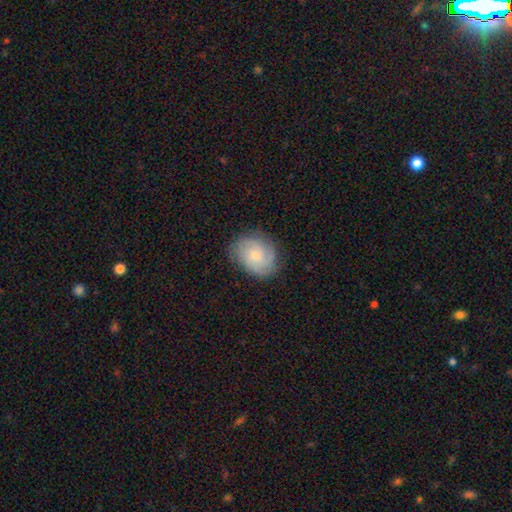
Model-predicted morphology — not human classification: This appears to be a featured or disk galaxy (56%) with no bar (75%), spiral arms (90%) and a small central bulge (66%). Merging: none (79%).